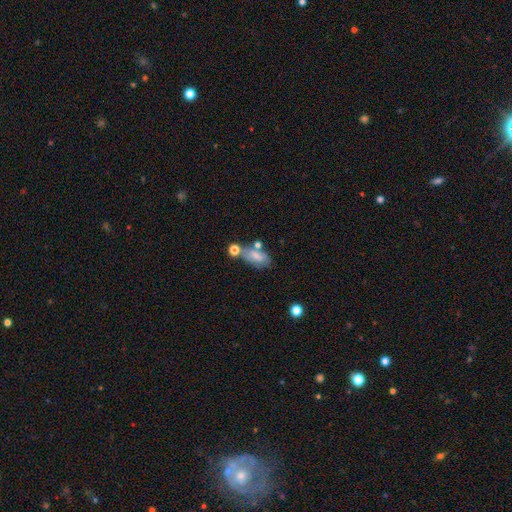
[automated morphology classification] type=smooth (65%); roundness=in between (85%); merging=none (46%).